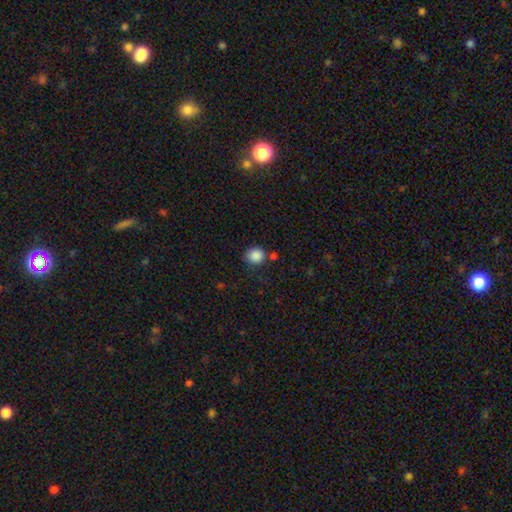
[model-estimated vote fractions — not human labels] Smooth or featured: smooth — 87% (star or artifact — 9%)
How rounded: round — 83% (in between — 17%)
Merging: none — 75% (minor disturbance — 14%)